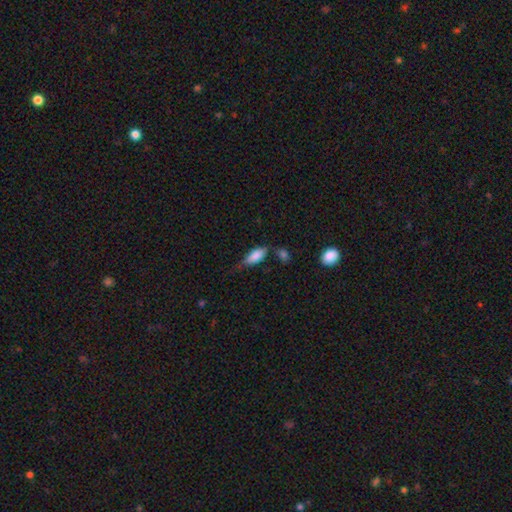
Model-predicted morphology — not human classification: The model was most divided on "merging": none: 47%, minor disturbance: 32%, major disturbance: 11%, merger: 10%. More confident: smooth or featured — smooth (82%); how rounded — in between (78%).